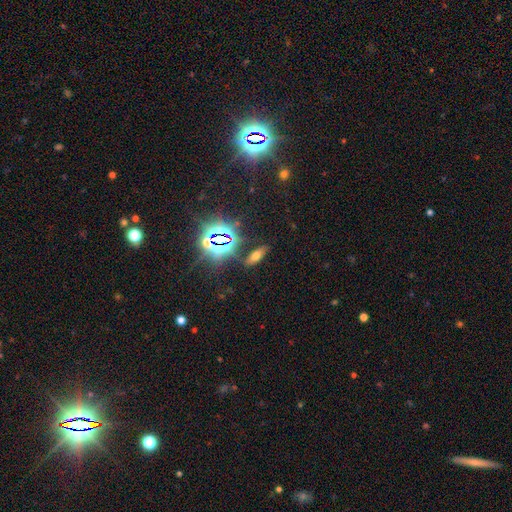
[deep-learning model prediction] smooth 45%, star or artifact 37%, featured or disk 18%. Down the decision tree: merging — none (84%).